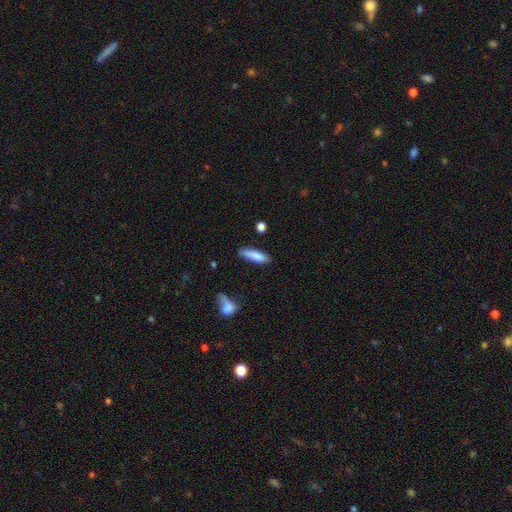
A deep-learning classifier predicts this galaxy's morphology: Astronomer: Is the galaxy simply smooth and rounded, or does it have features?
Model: smooth — 83%.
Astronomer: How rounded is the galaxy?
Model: cigar-shaped — 58% (runner-up: in between, 40%).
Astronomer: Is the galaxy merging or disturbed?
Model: none — 72%.